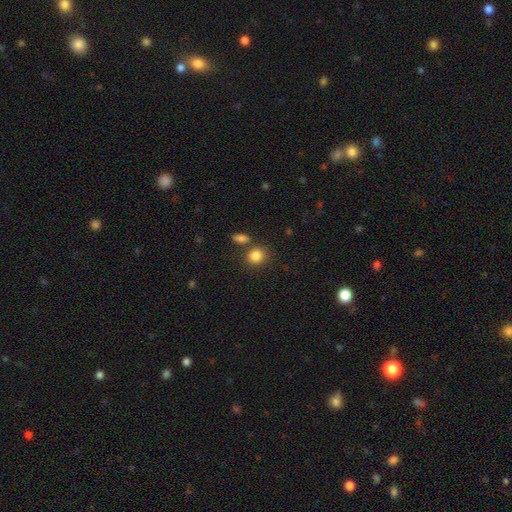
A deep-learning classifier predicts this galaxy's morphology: This is clearly a smooth galaxy (85%). How rounded: likely round (76%). Merging: likely none (73%).